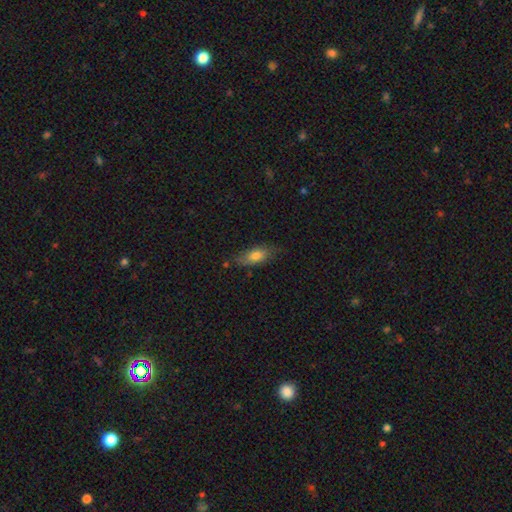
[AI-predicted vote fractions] Smooth or featured?
  - smooth: 73% *
  - featured or disk: 19%
  - star or artifact: 8%
How rounded?
  - in between: 78% *
  - cigar-shaped: 19%
  - round: 3%
Merging?
  - none: 69% *
  - minor disturbance: 23%
  - major disturbance: 6%
  - merger: 3%